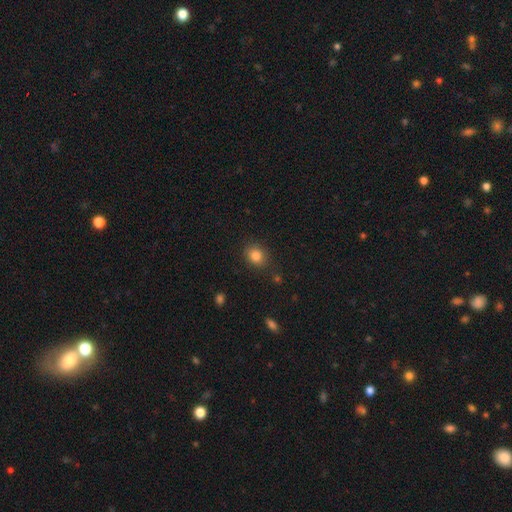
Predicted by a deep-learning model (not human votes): smooth_or_featured: smooth (p=0.83) [alt: star or artifact p=0.11]
how_rounded: round (p=0.71) [alt: in between p=0.28]
merging: none (p=0.84) [alt: minor disturbance p=0.11]